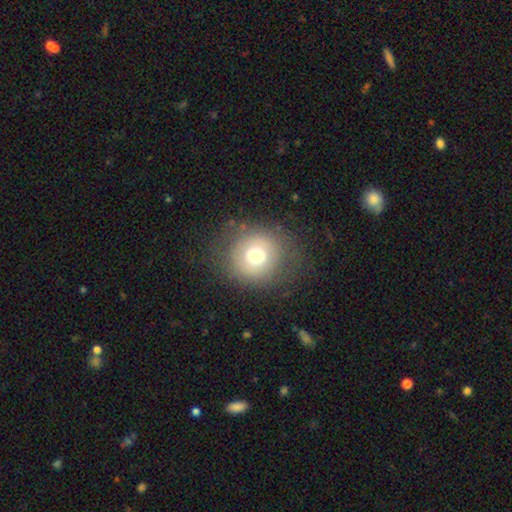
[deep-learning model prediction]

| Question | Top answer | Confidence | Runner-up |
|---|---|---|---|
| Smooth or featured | smooth | 67% | featured or disk (21%) |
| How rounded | round | 87% | in between (12%) |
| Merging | none | 78% | minor disturbance (12%) |